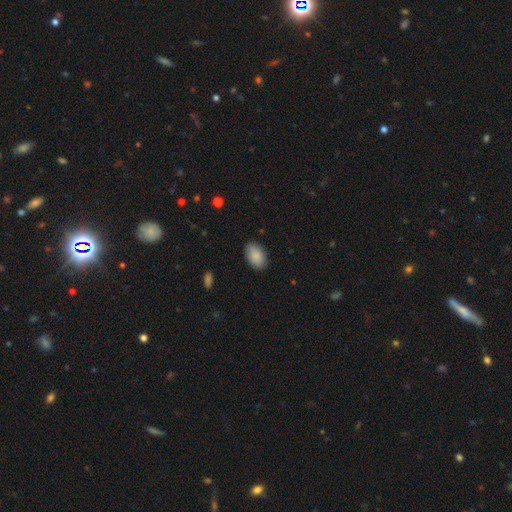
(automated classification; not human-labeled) smooth 89%, star or artifact 6%, featured or disk 5%. Down the decision tree: how rounded — in between (91%); merging — none (84%).